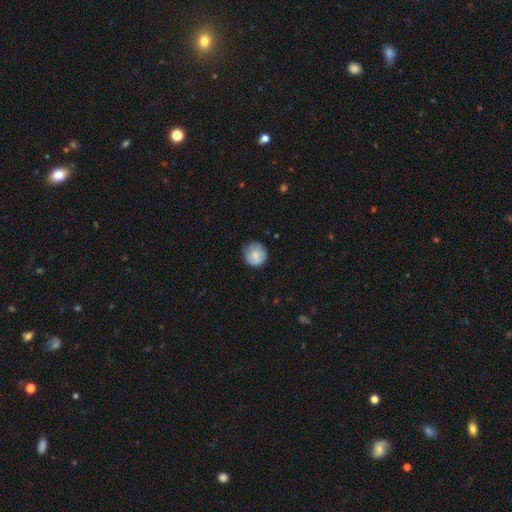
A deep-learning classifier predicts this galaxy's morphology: Overall: smooth (65%; featured or disk 28%). How rounded: round (92%). Merging: none (74%).